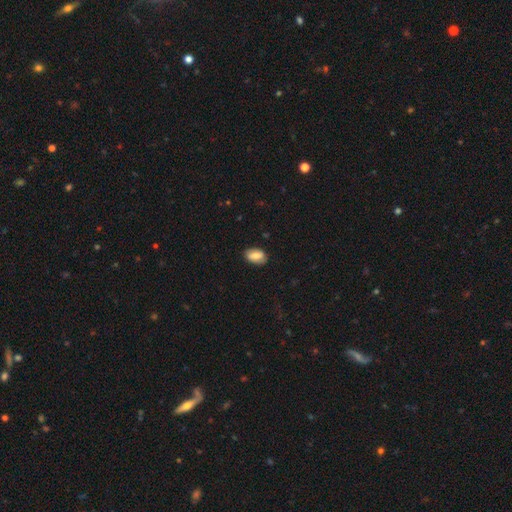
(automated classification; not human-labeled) smooth 72%, featured or disk 20%, star or artifact 8%. Down the decision tree: how rounded — in between (90%); merging — none (83%).